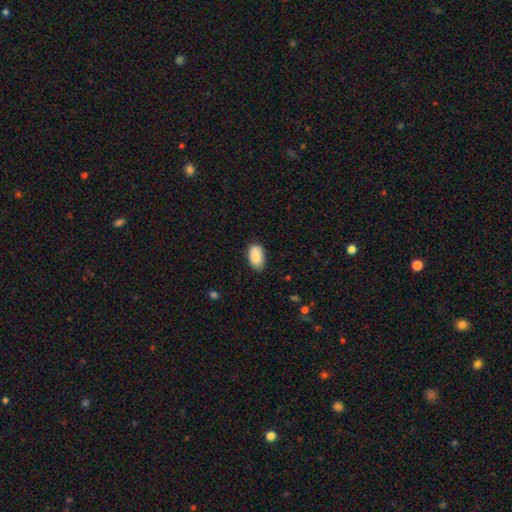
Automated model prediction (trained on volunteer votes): Q: Smooth or featured?
A: smooth (87%); runner-up: star or artifact (7%)
Q: How rounded?
A: in between (93%); runner-up: round (5%)
Q: Merging?
A: none (72%); runner-up: minor disturbance (23%)